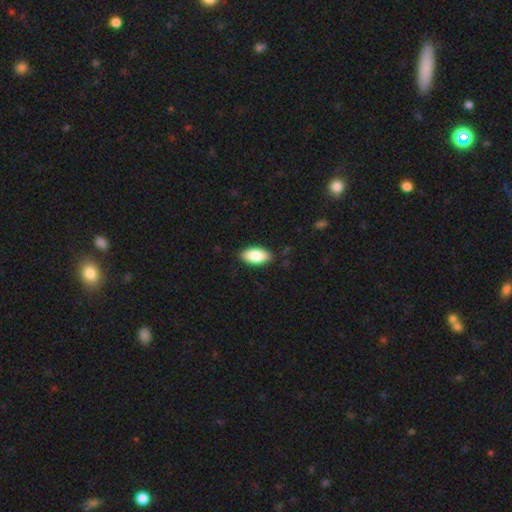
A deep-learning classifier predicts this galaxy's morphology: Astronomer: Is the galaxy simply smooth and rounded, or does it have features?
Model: smooth — 85%.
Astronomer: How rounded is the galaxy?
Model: in between — 93%.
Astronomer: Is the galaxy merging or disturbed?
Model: none — 86%.